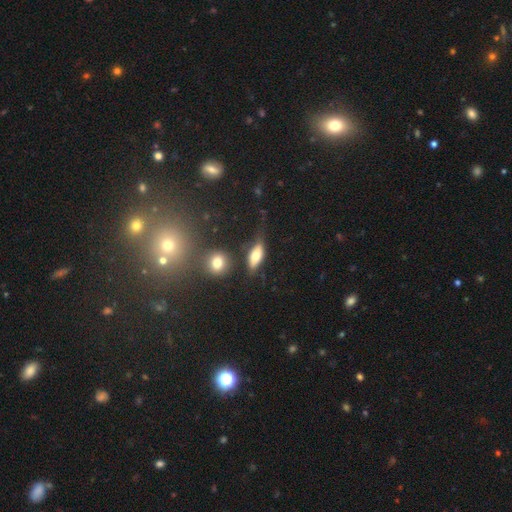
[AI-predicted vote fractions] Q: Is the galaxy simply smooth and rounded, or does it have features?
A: smooth — 67%.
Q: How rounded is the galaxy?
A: in between — 76%.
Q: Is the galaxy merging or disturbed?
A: none — 56%.